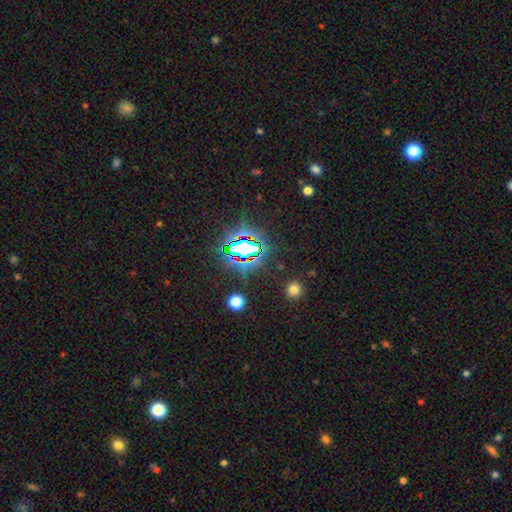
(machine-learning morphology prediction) Smooth or featured? star or artifact (76%)